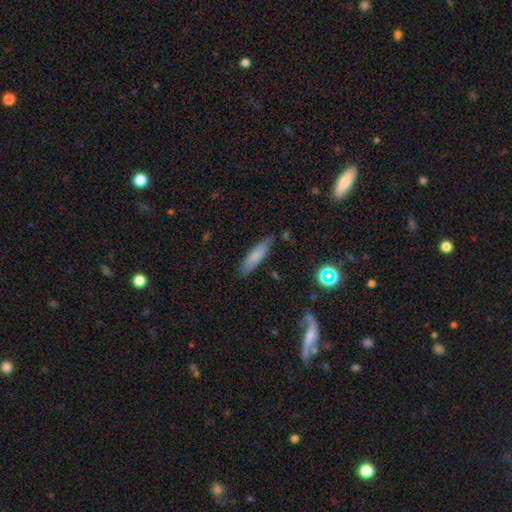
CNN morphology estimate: Overall: smooth (75%). How rounded: cigar-shaped (74%). Merging: none (81%).